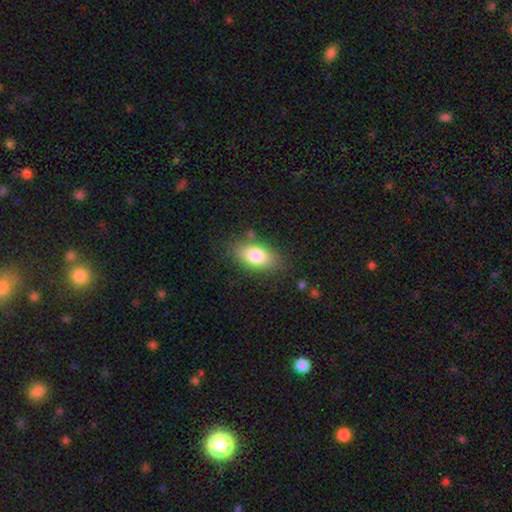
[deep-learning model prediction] smooth_or_featured: smooth (p=0.80) [alt: featured or disk p=0.12]
how_rounded: in between (p=0.91) [alt: round p=0.05]
merging: none (p=0.80) [alt: minor disturbance p=0.13]